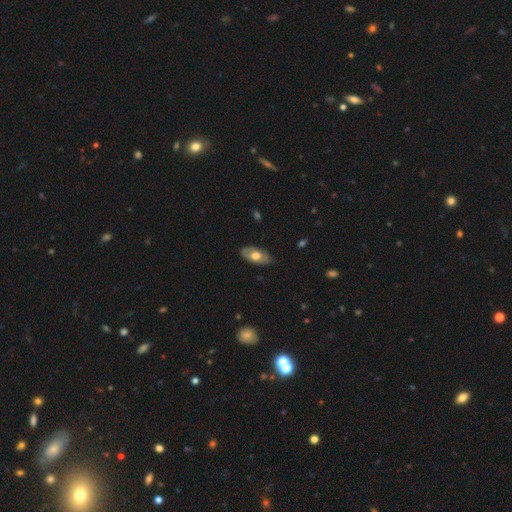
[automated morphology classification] smooth-or-featured: smooth: 52% | featured or disk: 43% | star or artifact: 6%
  how-rounded: in between: 91% | round: 5% | cigar-shaped: 4%
  merging: none: 80% | minor disturbance: 16% | major disturbance: 3% | merger: 1%